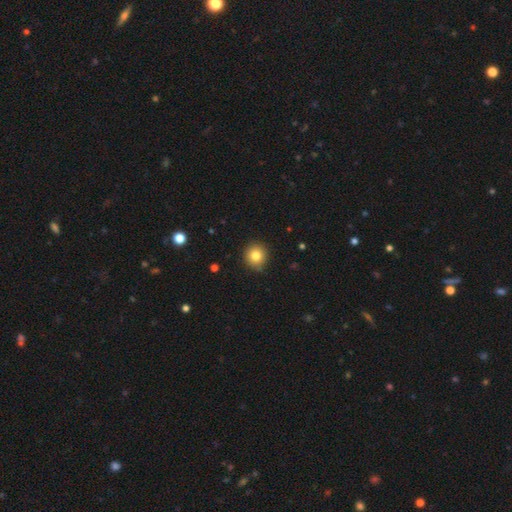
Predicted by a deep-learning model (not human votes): Smooth or featured?
  - smooth: 81% *
  - star or artifact: 11%
  - featured or disk: 8%
How rounded?
  - round: 92% *
  - in between: 7%
  - cigar-shaped: 1%
Merging?
  - none: 89% *
  - minor disturbance: 8%
  - major disturbance: 2%
  - merger: 1%